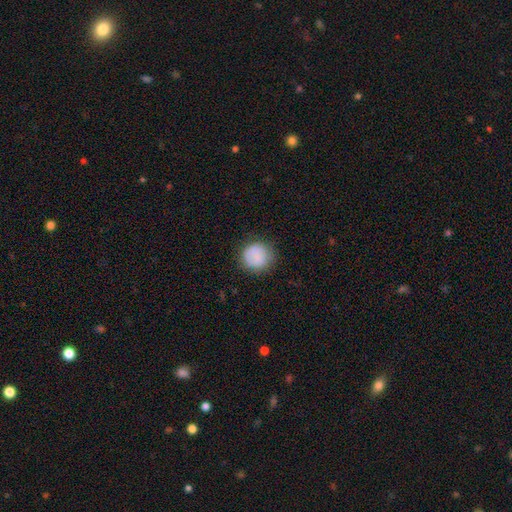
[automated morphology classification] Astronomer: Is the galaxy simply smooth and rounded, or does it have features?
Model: smooth — 79%.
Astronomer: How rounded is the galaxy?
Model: round — 90%.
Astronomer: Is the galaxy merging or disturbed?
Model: none — 81%.